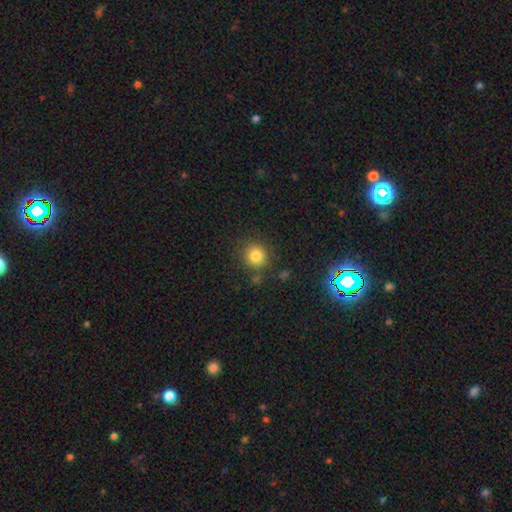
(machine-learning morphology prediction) A smooth galaxy with no disk features (82%) that is round (89%).

Vote fractions:
- Smooth or featured? smooth: 82% / star or artifact: 12% / featured or disk: 6%
- How rounded? round: 89% / in between: 10% / cigar-shaped: 1%
- Merging? none: 82% / minor disturbance: 10% / merger: 4% / major disturbance: 4%